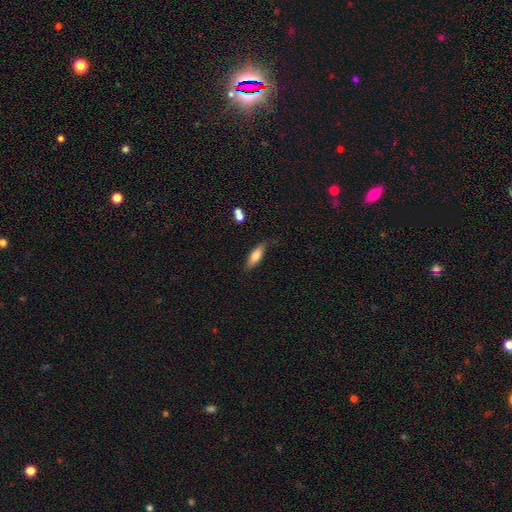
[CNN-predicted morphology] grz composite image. It shows a smooth galaxy with no disk features (72%) that is in between round and cigar-shaped (59%). Merging: none (68%).